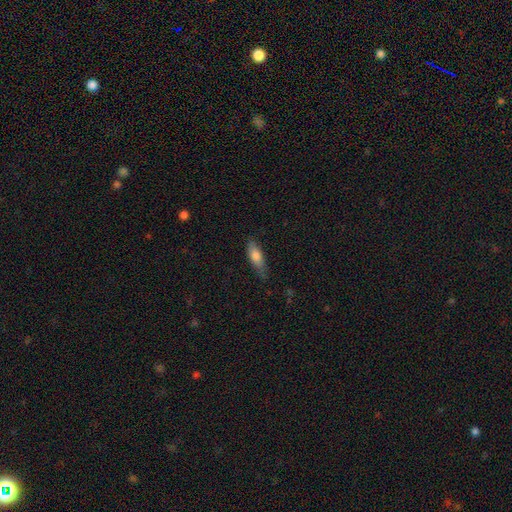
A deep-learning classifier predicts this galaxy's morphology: type=smooth (75%); roundness=in between (59%); merging=none (67%).